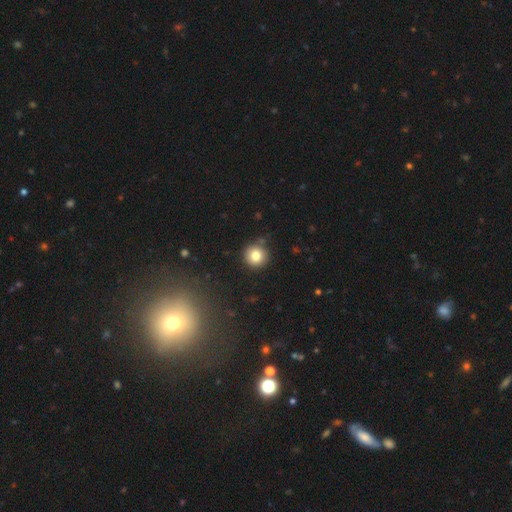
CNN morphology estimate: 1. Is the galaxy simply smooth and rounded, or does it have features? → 81% smooth, 11% star or artifact, 8% featured or disk.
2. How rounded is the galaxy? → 94% round, 5% in between, 1% cigar-shaped.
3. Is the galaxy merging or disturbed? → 86% none, 9% minor disturbance, 3% merger, 2% major disturbance.